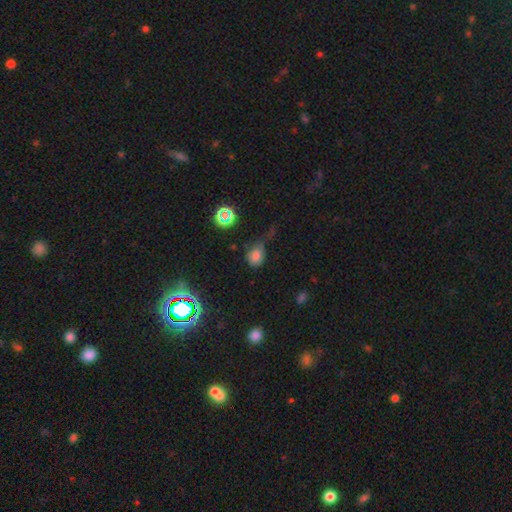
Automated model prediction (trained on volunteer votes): Morphology: type=smooth (72%); roundness=in between (58%); merging=none (39%).